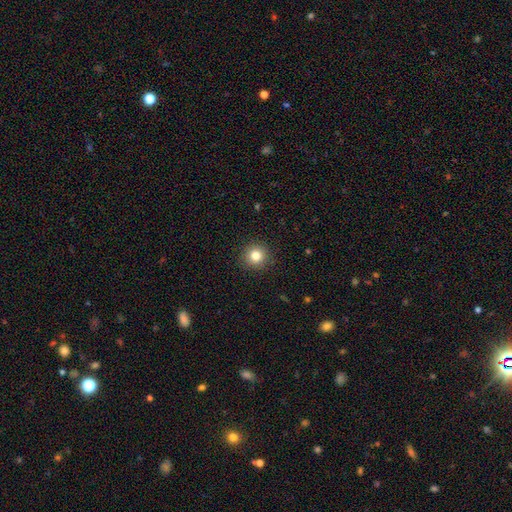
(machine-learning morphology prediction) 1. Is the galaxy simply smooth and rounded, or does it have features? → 82% smooth, 12% star or artifact, 7% featured or disk.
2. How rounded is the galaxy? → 94% round, 5% in between, 1% cigar-shaped.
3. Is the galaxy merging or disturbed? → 92% none, 5% minor disturbance, 2% major disturbance, 1% merger.